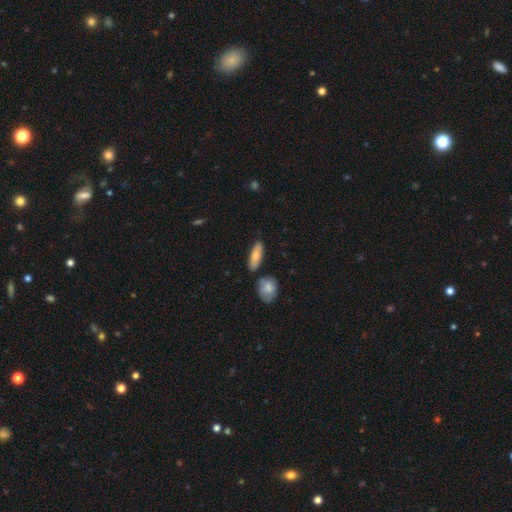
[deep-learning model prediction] This appears to be a smooth galaxy with no disk features (77%) that is in between round and cigar-shaped (60%). Merging: none (78%).